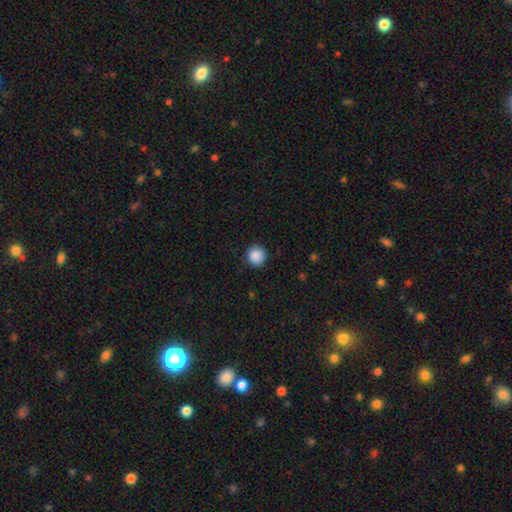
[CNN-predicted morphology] Smooth or featured? smooth (89%)
How rounded? round (95%)
Merging? none (91%)